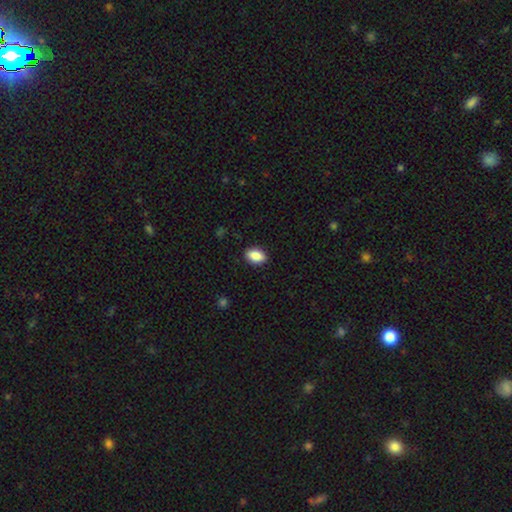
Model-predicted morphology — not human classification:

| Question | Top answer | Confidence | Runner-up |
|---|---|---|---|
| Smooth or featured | smooth | 88% | star or artifact (7%) |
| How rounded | in between | 88% | round (10%) |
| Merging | none | 90% | minor disturbance (7%) |